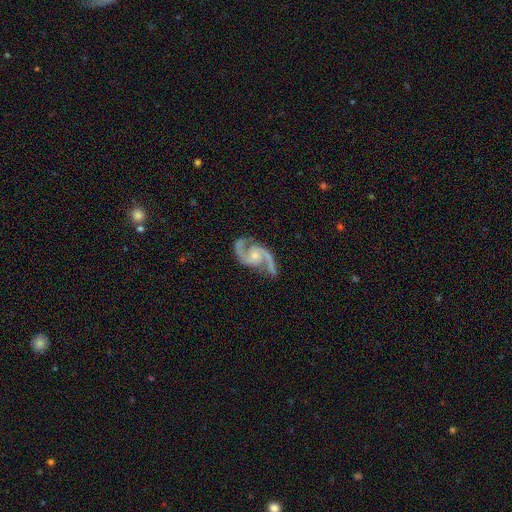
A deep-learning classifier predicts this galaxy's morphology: Smooth or featured: featured or disk — 93% (star or artifact — 4%)
Edge-on disk: no — 98% (yes — 2%)
Bar: no — 56% (weak — 35%)
Spiral arms: yes — 98% (no — 2%)
Spiral winding: medium — 55% (loose — 33%)
Spiral arm count: 2 — 94% (3 — 2%)
Bulge size: small — 60% (moderate — 30%)
Merging: none — 73% (minor disturbance — 17%)